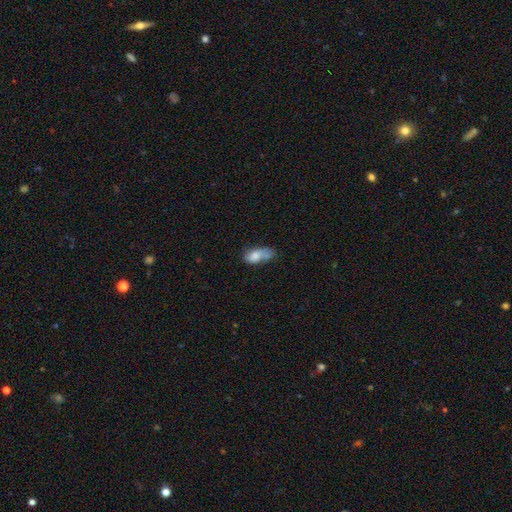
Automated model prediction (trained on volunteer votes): This is likely a smooth galaxy (73%). How rounded: clearly in between (84%). Merging: marginally none (29%).